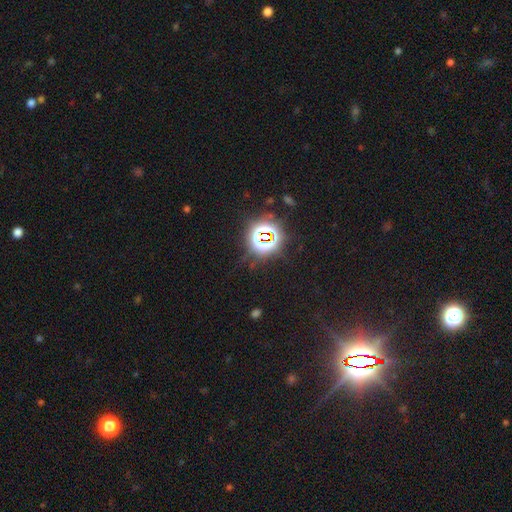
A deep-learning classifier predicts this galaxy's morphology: Smooth or featured: star or artifact — 83% (smooth — 10%)